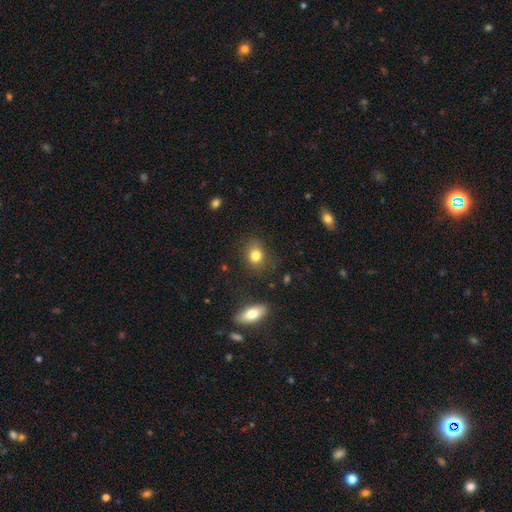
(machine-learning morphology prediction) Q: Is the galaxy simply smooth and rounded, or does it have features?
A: smooth — 82%.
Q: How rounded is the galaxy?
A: round — 51%.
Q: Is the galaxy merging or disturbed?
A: none — 80%.